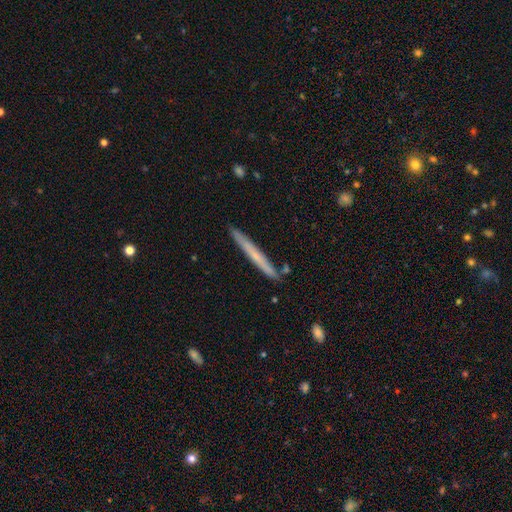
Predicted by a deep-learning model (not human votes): smooth 50%, featured or disk 43%, star or artifact 6%. Down the decision tree: how rounded — cigar-shaped (97%); merging — none (88%).